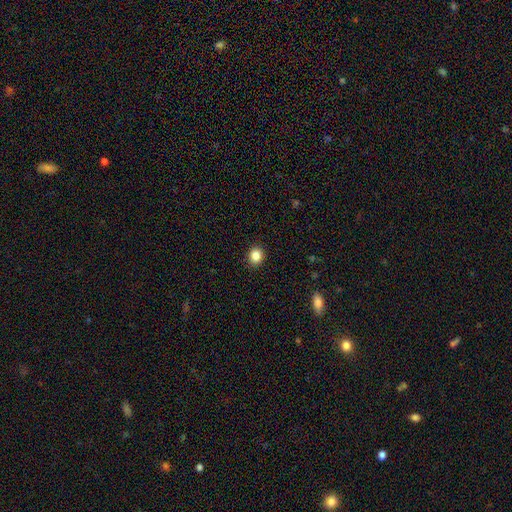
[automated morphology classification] The model was most divided on "how rounded": round: 78%, in between: 21%, cigar-shaped: 1%. More confident: merging — none (91%); smooth or featured — smooth (85%).